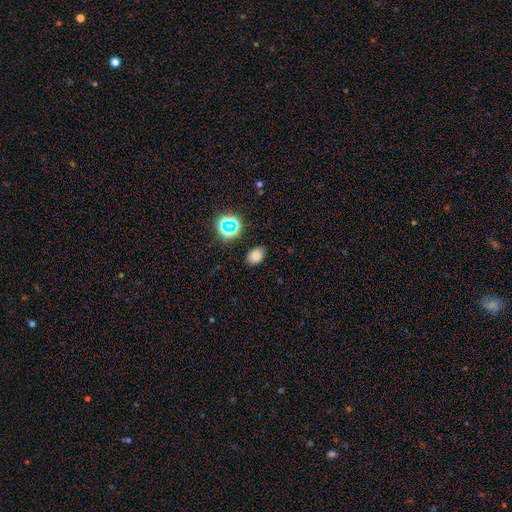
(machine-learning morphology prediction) This is likely a smooth galaxy (74%). How rounded: likely in between (77%). Merging: clearly none (83%).